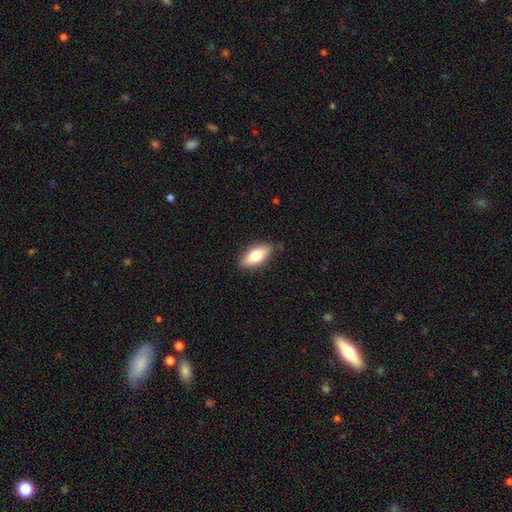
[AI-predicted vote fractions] This appears to be a smooth galaxy with no disk features (71%) that is in between round and cigar-shaped (81%). Merging: none (84%).